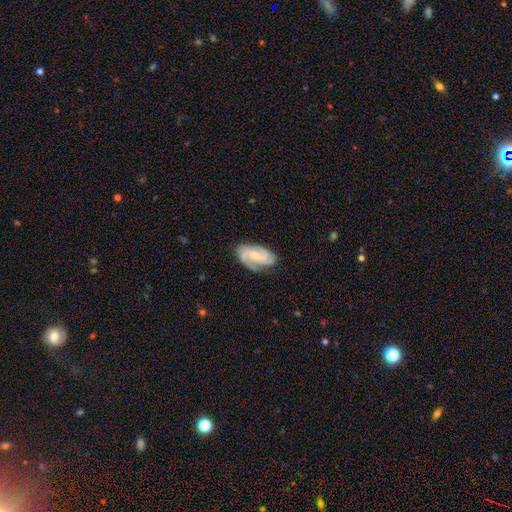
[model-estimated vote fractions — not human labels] Smooth or featured? featured or disk (74%)
Edge-on disk? no (97%)
Bar? no (50%)
Spiral arms? yes (95%)
Spiral winding? medium (45%)
Spiral arm count? 2 (56%)
Bulge size? small (42%)
Merging? none (72%)